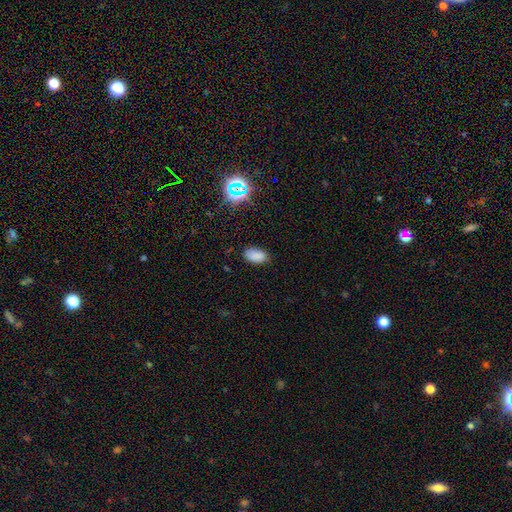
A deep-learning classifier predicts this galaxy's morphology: Smooth or featured: smooth — 81% (star or artifact — 14%)
How rounded: in between — 93% (round — 5%)
Merging: none — 82% (minor disturbance — 14%)